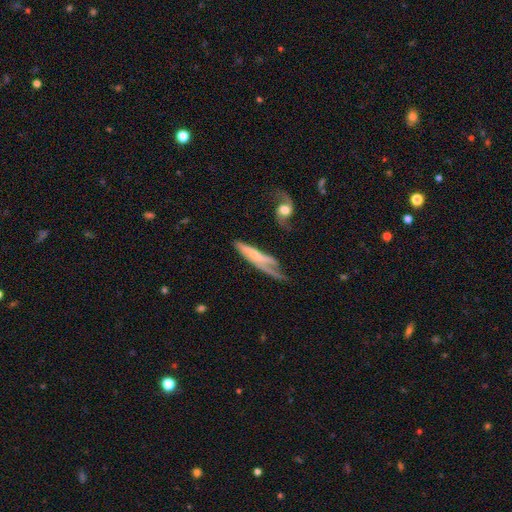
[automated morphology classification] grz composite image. It shows a featured or disk galaxy (65%). Merging: none (35%).